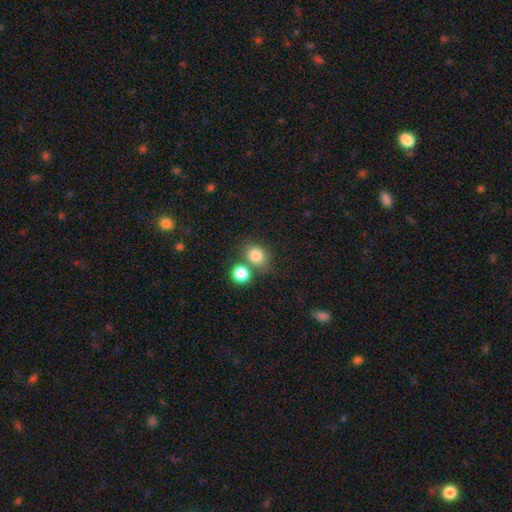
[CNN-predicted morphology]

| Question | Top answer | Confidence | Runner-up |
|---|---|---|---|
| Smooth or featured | smooth | 82% | star or artifact (11%) |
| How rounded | round | 57% | in between (42%) |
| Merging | none | 57% | merger (27%) |